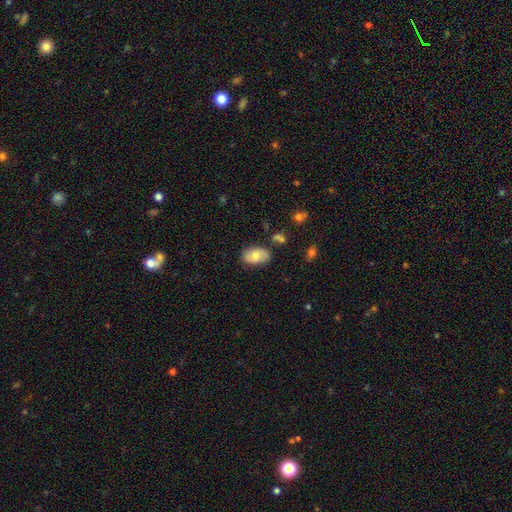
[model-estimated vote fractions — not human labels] smooth 70%, featured or disk 22%, star or artifact 7%. Down the decision tree: how rounded — in between (92%); merging — none (78%).